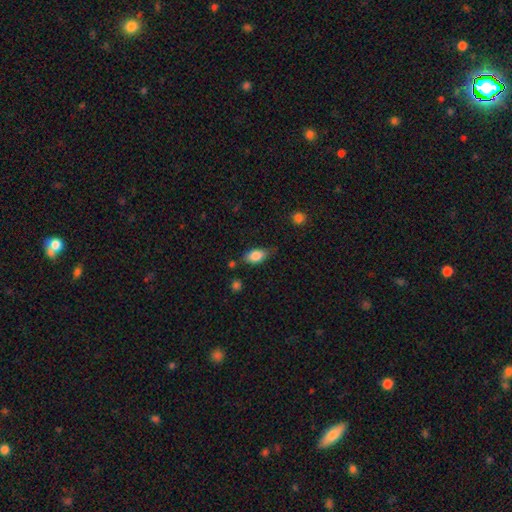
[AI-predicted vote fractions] Smooth or featured?
  - smooth: 84% *
  - featured or disk: 9%
  - star or artifact: 7%
How rounded?
  - in between: 89% *
  - round: 6%
  - cigar-shaped: 5%
Merging?
  - none: 66% *
  - minor disturbance: 25%
  - major disturbance: 6%
  - merger: 3%